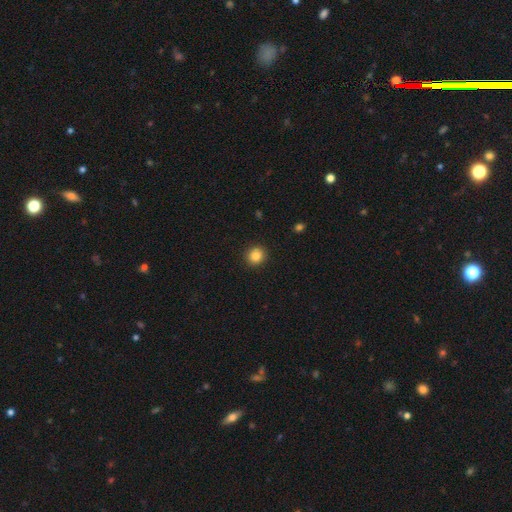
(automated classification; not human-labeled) Smooth or featured? smooth (85%)
How rounded? round (91%)
Merging? none (92%)